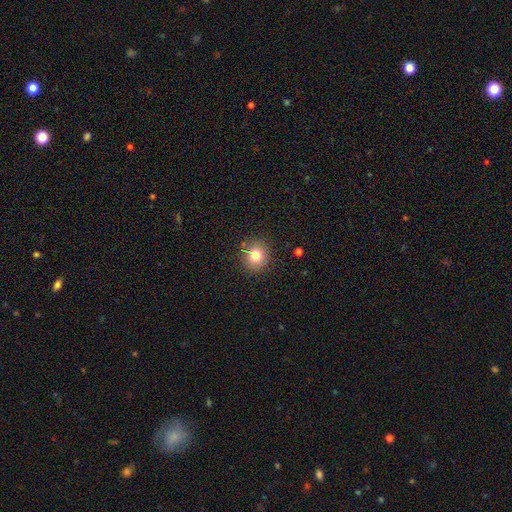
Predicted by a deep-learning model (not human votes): The model was most divided on "smooth or featured": smooth: 79%, star or artifact: 13%, featured or disk: 9%. More confident: merging — none (87%); how rounded — round (86%).